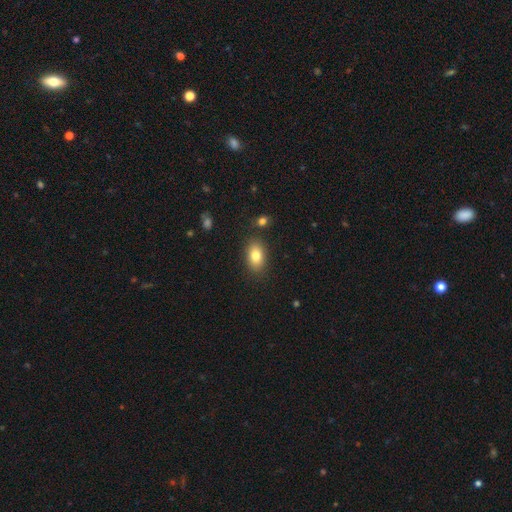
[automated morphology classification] This appears to be a smooth galaxy with no disk features (80%) that is in between round and cigar-shaped (87%). Merging: none (85%).